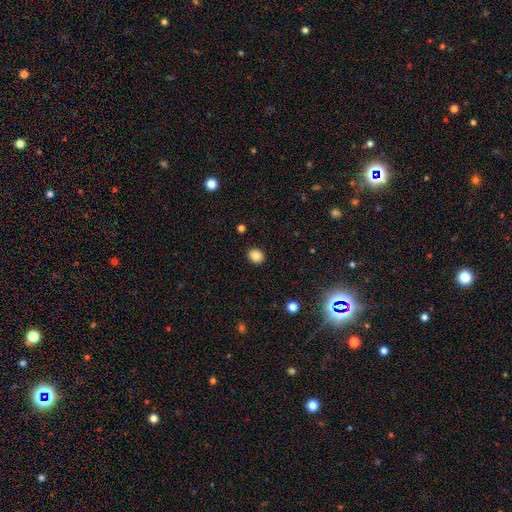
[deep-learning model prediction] smooth 85%, star or artifact 10%, featured or disk 5%. Down the decision tree: how rounded — round (62%); merging — none (91%).